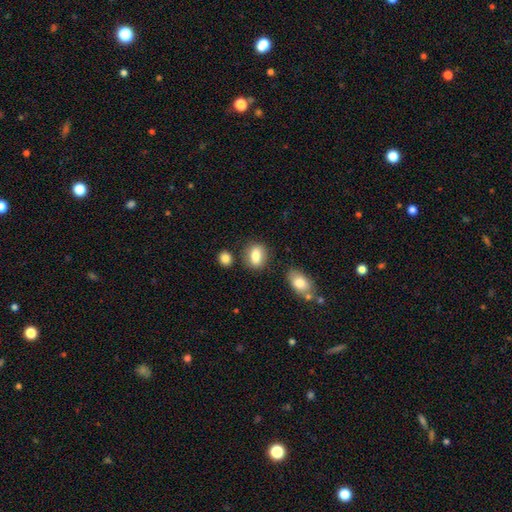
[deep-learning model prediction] Smooth or featured? smooth (82%)
How rounded? in between (70%)
Merging? none (74%)